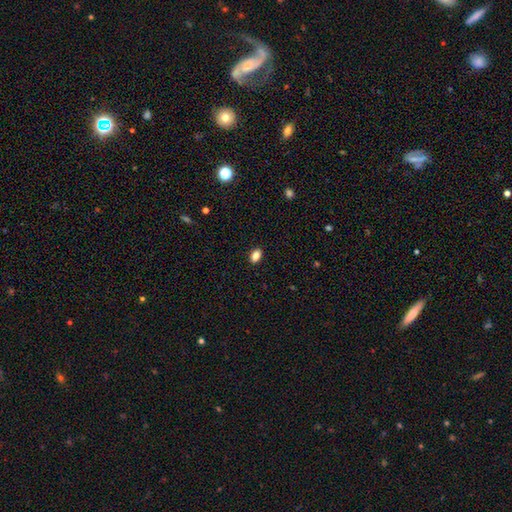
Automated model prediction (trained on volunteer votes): Overall: smooth (85%). How rounded: in between (87%). Merging: none (90%).